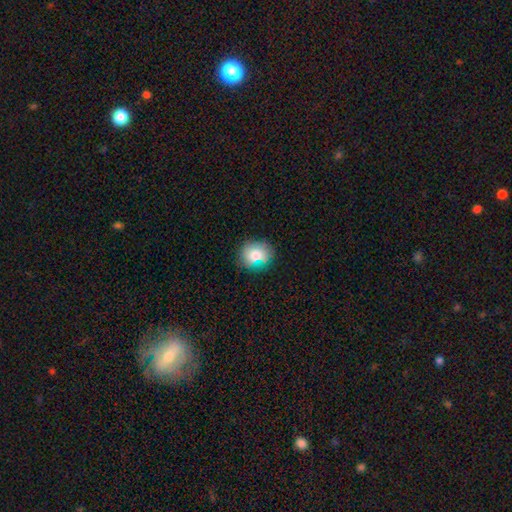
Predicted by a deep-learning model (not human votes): Smooth or featured?
  - smooth: 77% *
  - star or artifact: 11%
  - featured or disk: 11%
How rounded?
  - round: 72% *
  - in between: 27%
  - cigar-shaped: 1%
Merging?
  - none: 77% *
  - minor disturbance: 16%
  - major disturbance: 4%
  - merger: 3%